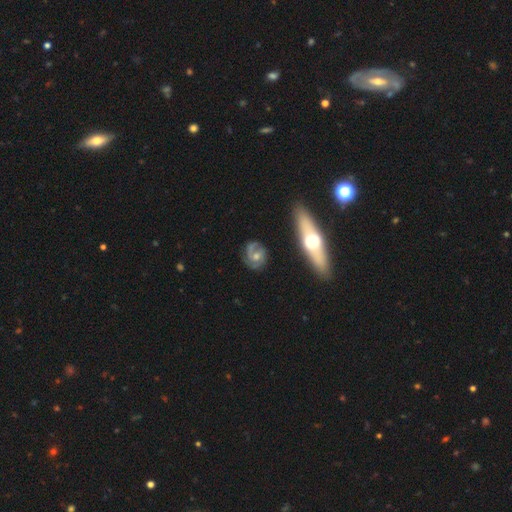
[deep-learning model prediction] Smooth or featured: featured or disk — 75% (smooth — 19%)
Edge-on disk: no — 95% (yes — 5%)
Bar: no — 65% (weak — 29%)
Spiral arms: yes — 89% (no — 11%)
Spiral winding: tight — 42% (tied with medium — 42%)
Spiral arm count: 2 — 62% (can't tell — 14%)
Bulge size: moderate — 59% (small — 29%)
Merging: none — 72% (minor disturbance — 18%)